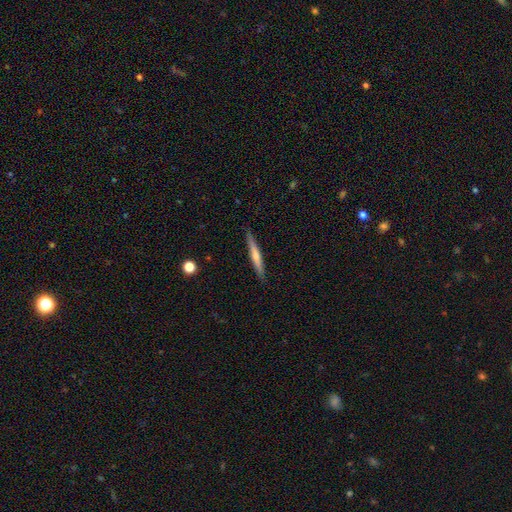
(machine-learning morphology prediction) Overall: smooth (56%; featured or disk 38%). How rounded: cigar-shaped (95%). Merging: none (89%).